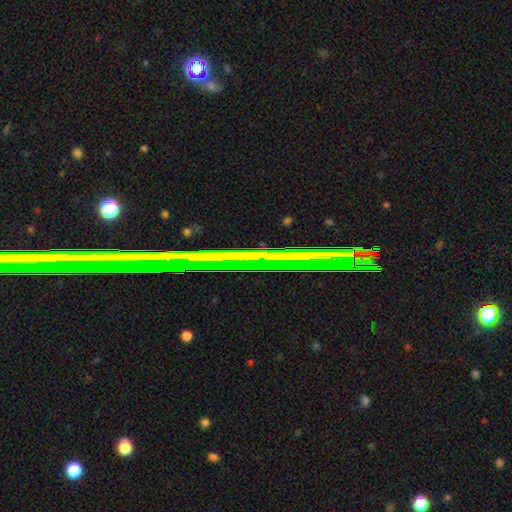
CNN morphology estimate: star or artifact 70%, featured or disk 20%, smooth 10%.